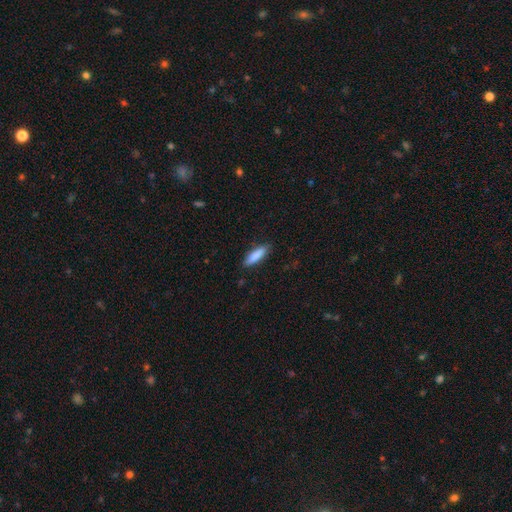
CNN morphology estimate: smooth-or-featured: smooth: 83% | featured or disk: 11% | star or artifact: 6%
  how-rounded: cigar-shaped: 64% | in between: 34% | round: 2%
  merging: none: 86% | minor disturbance: 11% | major disturbance: 2% | merger: 1%